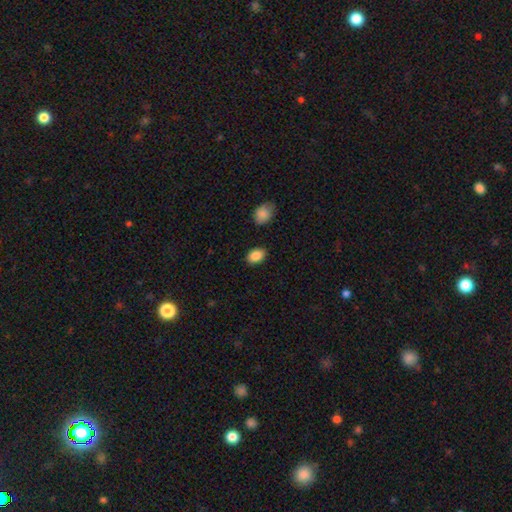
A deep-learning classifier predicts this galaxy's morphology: smooth_or_featured: smooth (p=0.88) [alt: star or artifact p=0.08]
how_rounded: in between (p=0.80) [alt: round p=0.19]
merging: none (p=0.85) [alt: minor disturbance p=0.10]